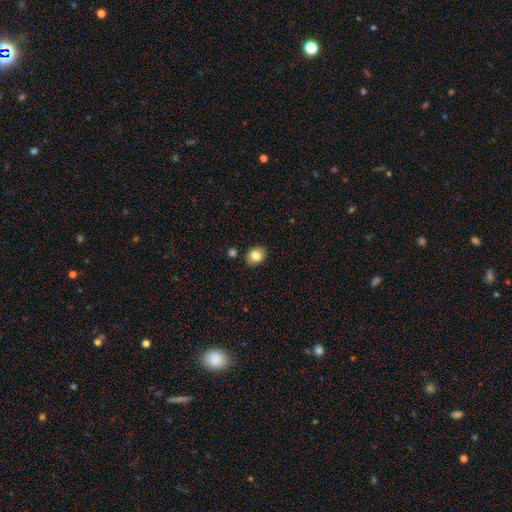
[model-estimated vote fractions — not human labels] Q: Smooth or featured?
A: smooth (80%); runner-up: featured or disk (11%)
Q: How rounded?
A: in between (55%); runner-up: round (44%)
Q: Merging?
A: none (83%); runner-up: minor disturbance (11%)